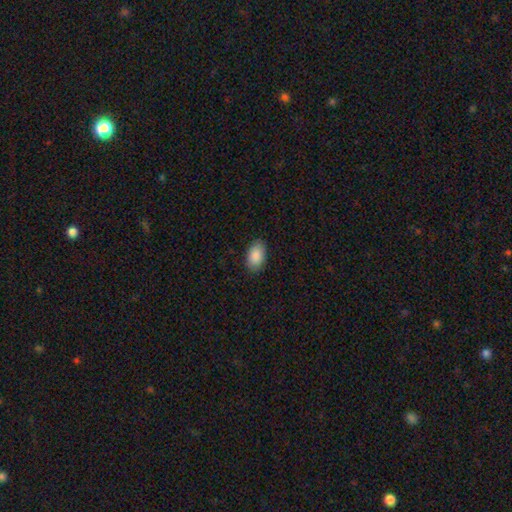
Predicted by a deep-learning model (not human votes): Smooth or featured?
  - smooth: 89% *
  - star or artifact: 6%
  - featured or disk: 5%
How rounded?
  - in between: 94% *
  - round: 5%
  - cigar-shaped: 1%
Merging?
  - none: 87% *
  - minor disturbance: 10%
  - major disturbance: 2%
  - merger: 1%